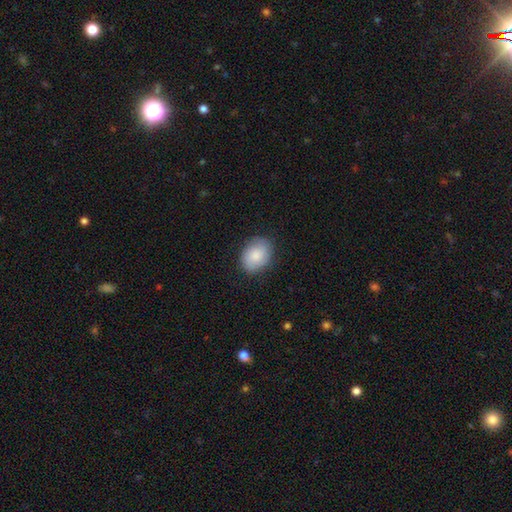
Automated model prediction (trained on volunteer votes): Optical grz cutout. It shows a smooth galaxy with no disk features (78%) that is in between round and cigar-shaped (66%). Merging: none (81%).